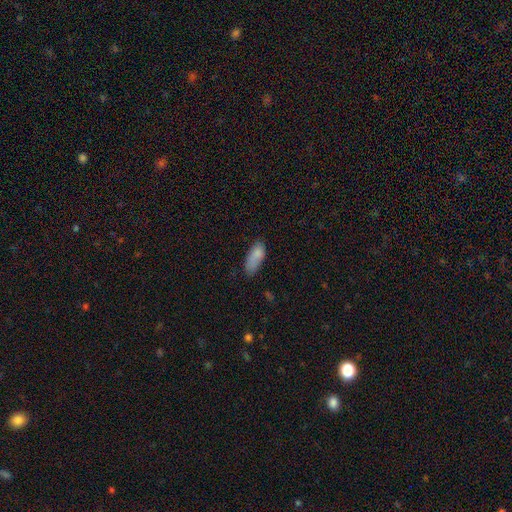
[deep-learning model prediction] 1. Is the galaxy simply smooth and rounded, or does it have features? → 83% smooth, 9% featured or disk, 8% star or artifact.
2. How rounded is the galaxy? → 81% in between, 17% cigar-shaped, 2% round.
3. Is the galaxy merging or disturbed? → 52% none, 33% minor disturbance, 11% major disturbance, 4% merger.